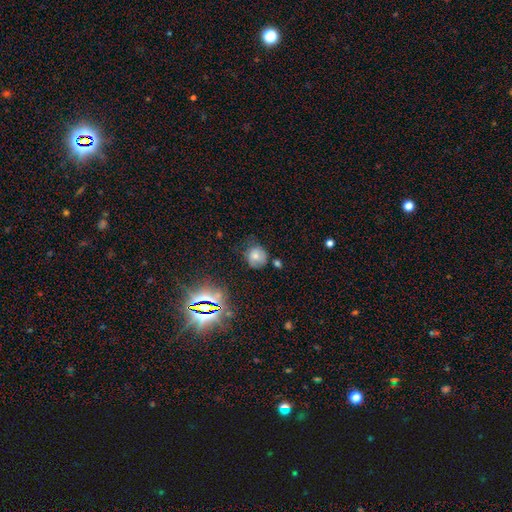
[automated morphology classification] This appears to be a smooth galaxy with no disk features (65%) that is round (76%). Merging: none (56%).